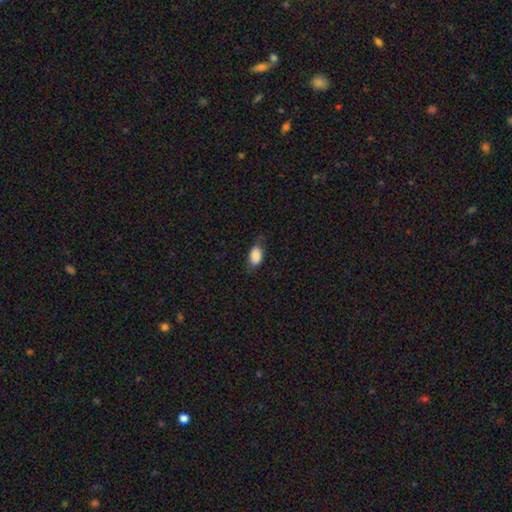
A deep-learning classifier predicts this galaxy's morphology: Smooth or featured?
  - smooth: 85% *
  - featured or disk: 8%
  - star or artifact: 7%
How rounded?
  - in between: 90% *
  - round: 7%
  - cigar-shaped: 3%
Merging?
  - none: 68% *
  - minor disturbance: 23%
  - major disturbance: 7%
  - merger: 1%